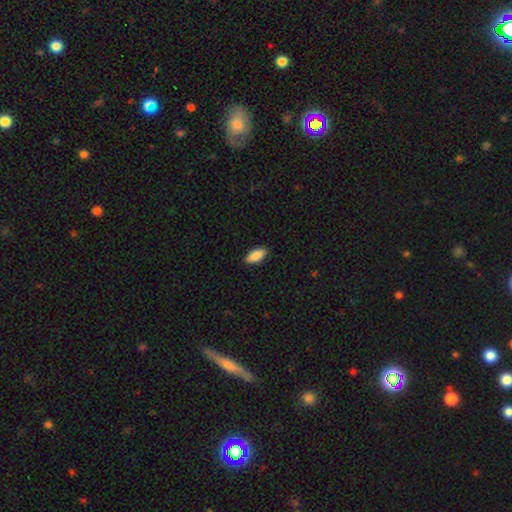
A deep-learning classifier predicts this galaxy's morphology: Smooth or featured?
  - smooth: 90% *
  - star or artifact: 6%
  - featured or disk: 4%
How rounded?
  - in between: 90% *
  - cigar-shaped: 8%
  - round: 2%
Merging?
  - none: 88% *
  - minor disturbance: 9%
  - major disturbance: 2%
  - merger: 1%